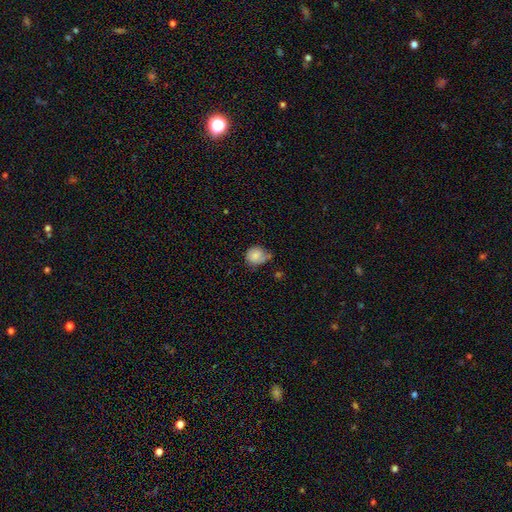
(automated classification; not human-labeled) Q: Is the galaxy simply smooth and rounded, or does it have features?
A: smooth — 74%.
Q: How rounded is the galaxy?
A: round — 71%.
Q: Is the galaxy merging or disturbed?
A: none — 42%.